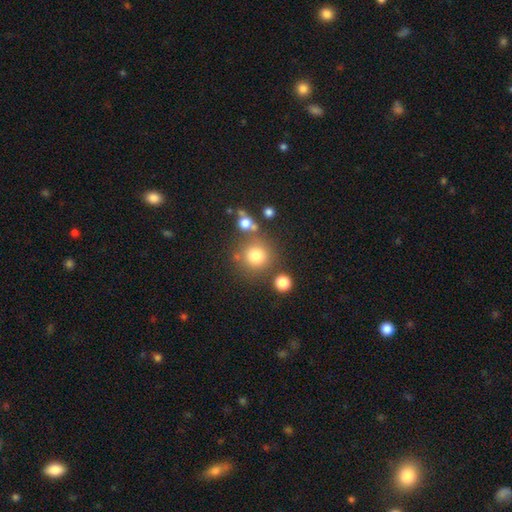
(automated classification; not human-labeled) The model was most divided on "merging": none: 73%, merger: 12%, minor disturbance: 10%, major disturbance: 5%. More confident: how rounded — round (92%); smooth or featured — smooth (78%).